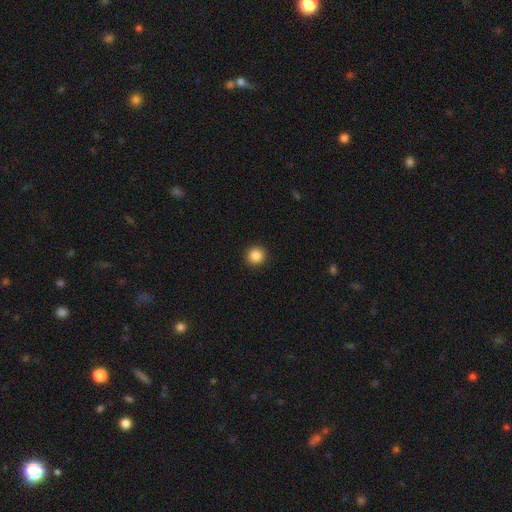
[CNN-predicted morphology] smooth_or_featured: smooth (p=0.86) [alt: star or artifact p=0.10]
how_rounded: round (p=0.94) [alt: in between p=0.05]
merging: none (p=0.93) [alt: minor disturbance p=0.04]